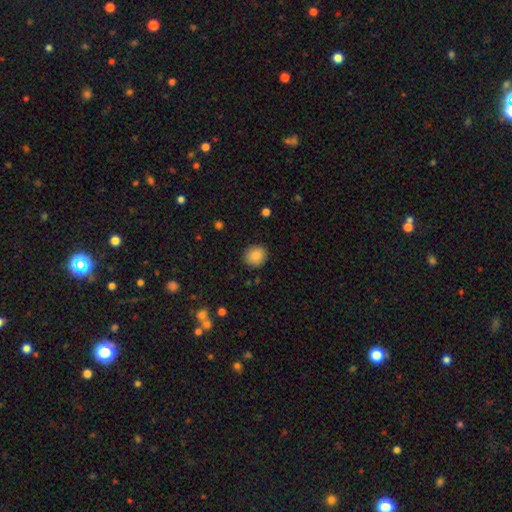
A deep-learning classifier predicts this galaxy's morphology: Q: Smooth or featured?
A: smooth (87%); runner-up: star or artifact (8%)
Q: How rounded?
A: round (77%); runner-up: in between (22%)
Q: Merging?
A: none (88%); runner-up: minor disturbance (8%)